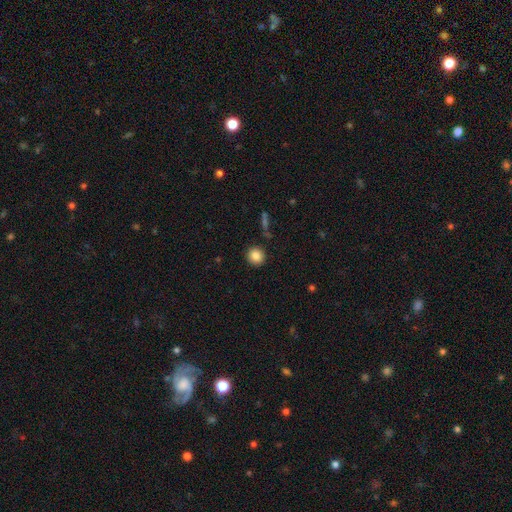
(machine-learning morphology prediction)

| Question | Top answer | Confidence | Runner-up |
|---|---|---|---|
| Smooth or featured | smooth | 85% | star or artifact (9%) |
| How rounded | round | 93% | in between (6%) |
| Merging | none | 91% | minor disturbance (6%) |